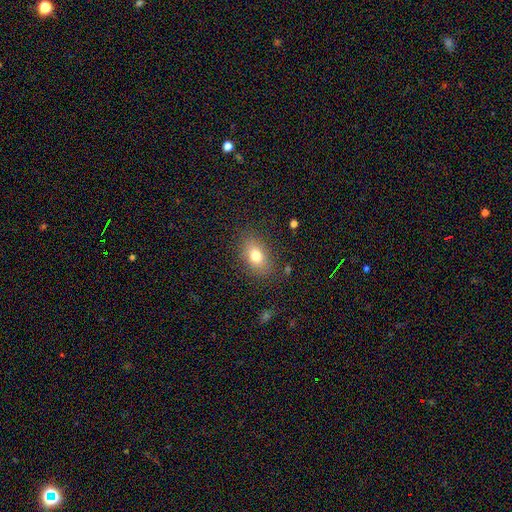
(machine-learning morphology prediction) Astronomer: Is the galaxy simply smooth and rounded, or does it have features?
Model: smooth — 76%.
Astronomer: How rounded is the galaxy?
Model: in between — 82%.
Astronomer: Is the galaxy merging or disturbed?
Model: none — 82%.